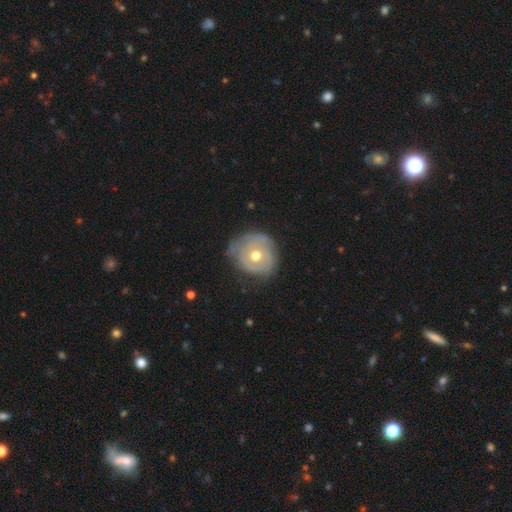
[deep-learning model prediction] A featured or disk galaxy (56%) with no bar (87%), no spiral arms (54%) and a moderate central bulge (76%).

Vote fractions:
- Smooth or featured? featured or disk: 56% / smooth: 37% / star or artifact: 7%
- Edge-on disk? no: 96% / yes: 4%
- Bar? no: 87% / weak: 10% / strong: 3%
- Spiral arms? no: 54% / yes: 46%
- Bulge size? moderate: 76% / small: 17% / large: 5% / dominant: 1% / none: 1%
- Merging? none: 61% / minor disturbance: 28% / major disturbance: 10% / merger: 2%